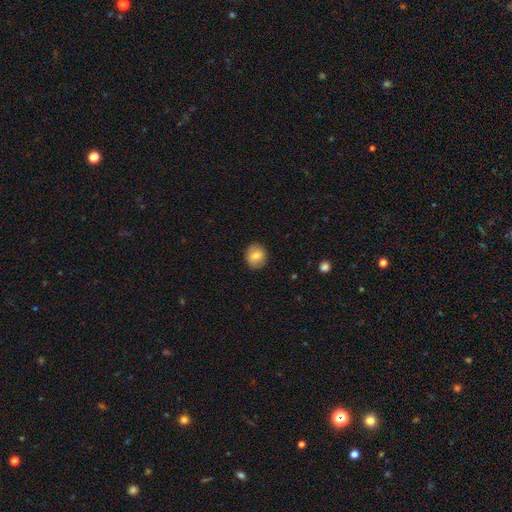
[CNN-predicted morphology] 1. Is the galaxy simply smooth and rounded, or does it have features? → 75% smooth, 16% featured or disk, 9% star or artifact.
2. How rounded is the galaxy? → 80% round, 19% in between, 1% cigar-shaped.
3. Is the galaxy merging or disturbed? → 88% none, 8% minor disturbance, 2% major disturbance, 1% merger.